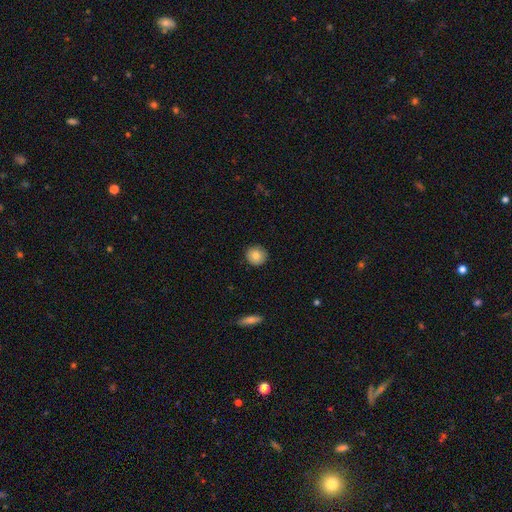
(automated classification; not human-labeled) Smooth or featured? smooth (81%)
How rounded? round (93%)
Merging? none (91%)